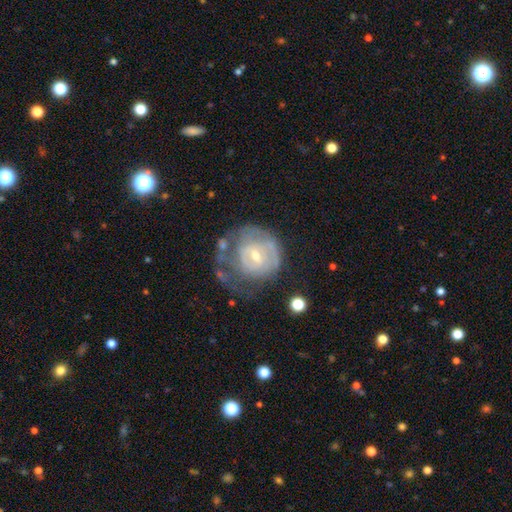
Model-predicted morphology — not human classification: Smooth or featured? featured or disk (69%)
Edge-on disk? no (97%)
Bar? no (46%)
Spiral arms? yes (66%)
Bulge size? small (57%)
Merging? none (38%)